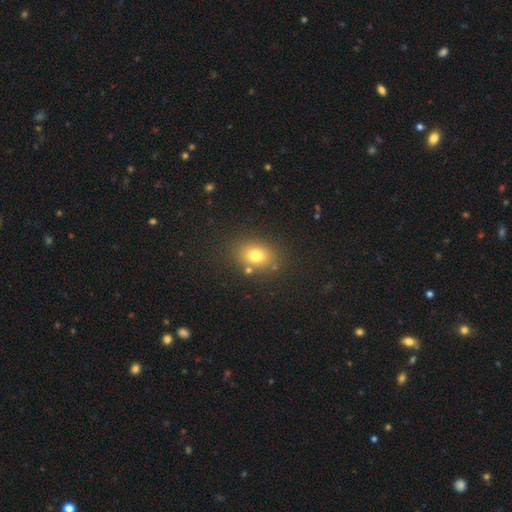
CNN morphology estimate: The model was most divided on "how rounded": in between: 63%, round: 35%, cigar-shaped: 1%. More confident: merging — none (80%); smooth or featured — smooth (76%).